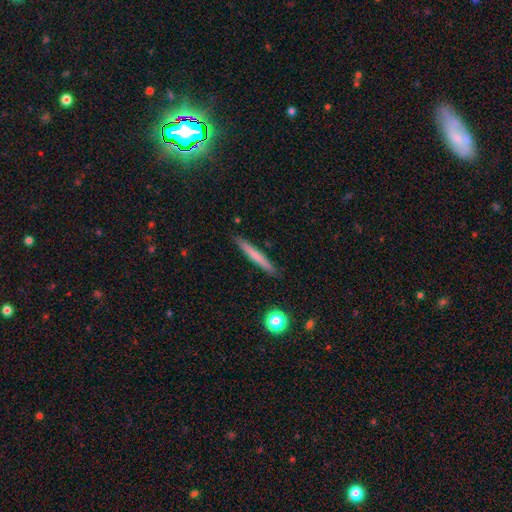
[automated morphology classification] A smooth galaxy with no disk features (66%) that is cigar-shaped (96%).

Vote fractions:
- Smooth or featured? smooth: 66% / featured or disk: 28% / star or artifact: 6%
- How rounded? cigar-shaped: 96% / in between: 3% / round: 1%
- Merging? none: 90% / minor disturbance: 7% / major disturbance: 1% / merger: 1%